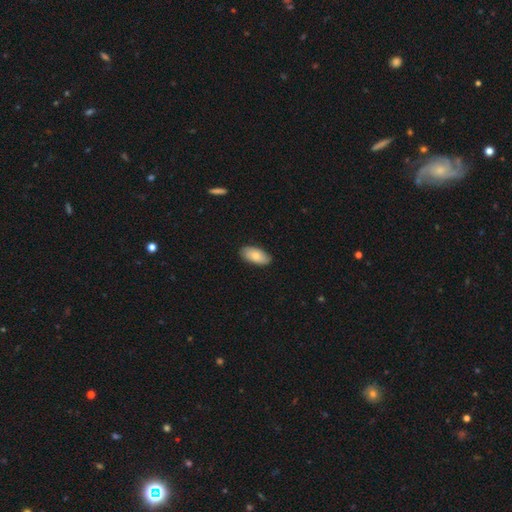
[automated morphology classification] The model was most divided on "smooth or featured": smooth: 75%, featured or disk: 19%, star or artifact: 6%. More confident: how rounded — in between (93%); merging — none (86%).